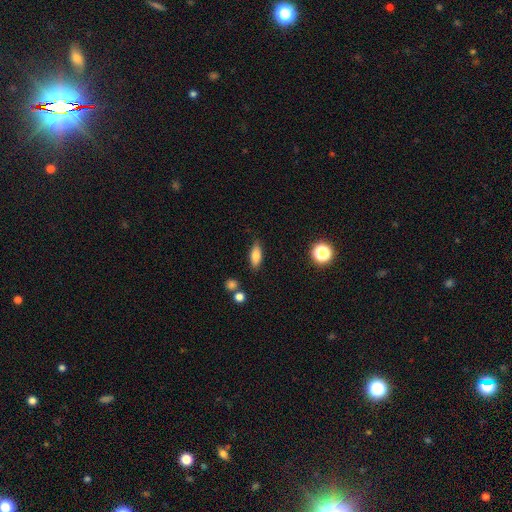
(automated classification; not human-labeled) Smooth or featured: smooth — 79% (featured or disk — 12%)
How rounded: in between — 73% (cigar-shaped — 22%)
Merging: none — 84% (minor disturbance — 11%)